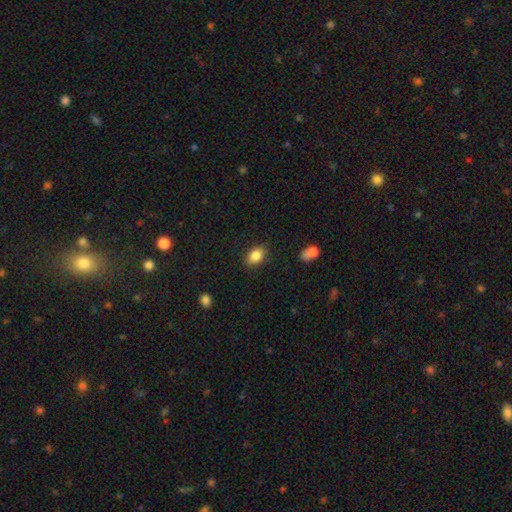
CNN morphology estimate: This appears to be a smooth galaxy with no disk features (86%) that is in between round and cigar-shaped (76%). Merging: none (82%).